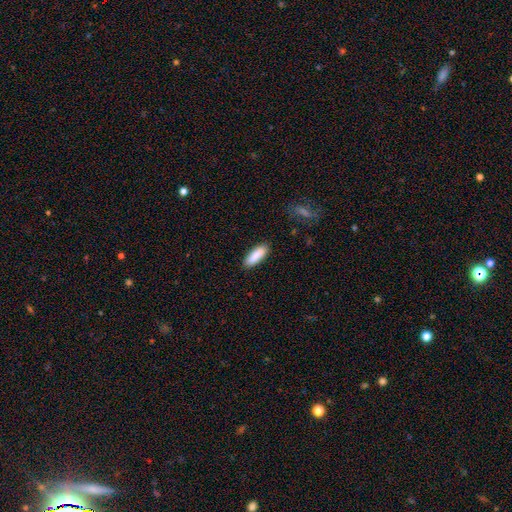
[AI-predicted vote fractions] smooth 89%, star or artifact 6%, featured or disk 5%. Down the decision tree: how rounded — in between (54%); merging — none (88%).